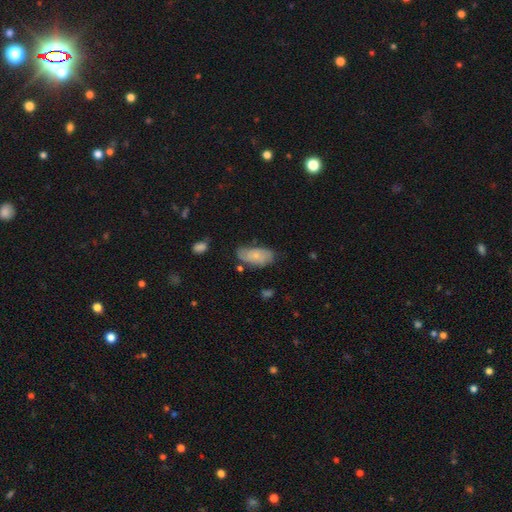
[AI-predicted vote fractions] A smooth galaxy with no disk features (61%) that is in between round and cigar-shaped (92%).

Vote fractions:
- Smooth or featured? smooth: 61% / featured or disk: 33% / star or artifact: 7%
- How rounded? in between: 92% / cigar-shaped: 5% / round: 3%
- Merging? none: 58% / minor disturbance: 31% / major disturbance: 8% / merger: 3%